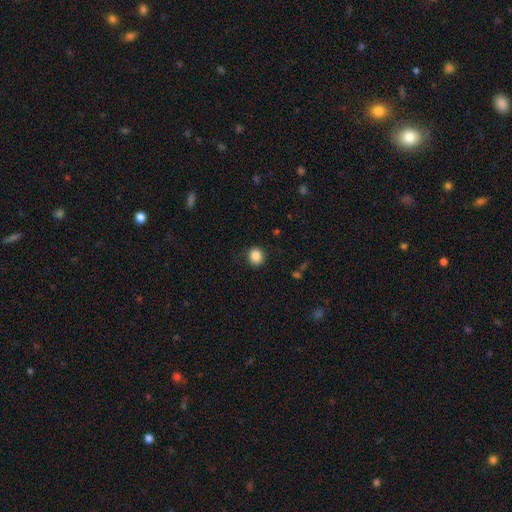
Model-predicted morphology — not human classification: A smooth galaxy with no disk features (87%) that is round (81%).

Vote fractions:
- Smooth or featured? smooth: 87% / star or artifact: 10% / featured or disk: 4%
- How rounded? round: 81% / in between: 18% / cigar-shaped: 1%
- Merging? none: 89% / minor disturbance: 8% / major disturbance: 2% / merger: 1%